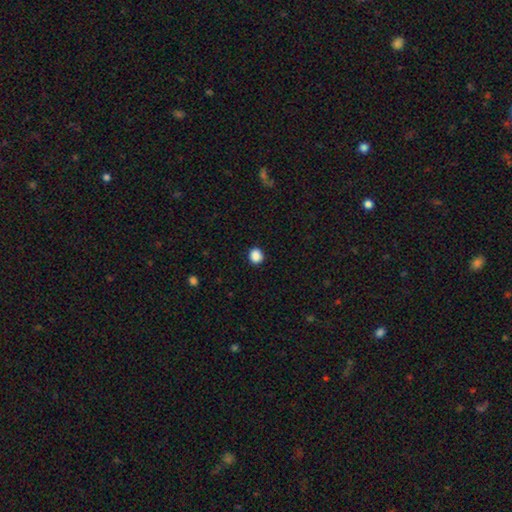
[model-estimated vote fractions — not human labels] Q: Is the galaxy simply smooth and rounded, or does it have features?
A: smooth — 88%.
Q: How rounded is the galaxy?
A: round — 77%.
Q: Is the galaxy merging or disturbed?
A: none — 90%.